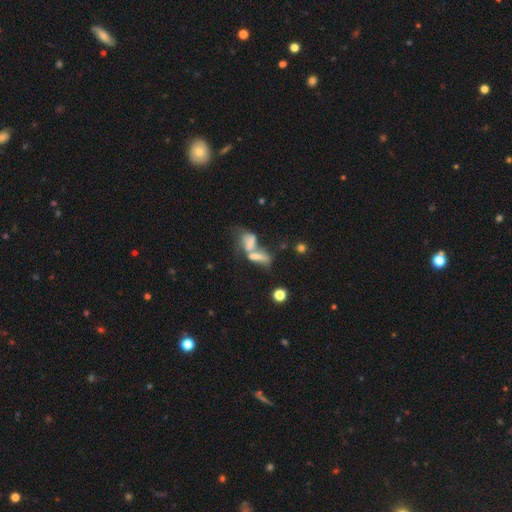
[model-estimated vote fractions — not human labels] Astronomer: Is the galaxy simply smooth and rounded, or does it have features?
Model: smooth — 47% (runner-up: featured or disk, 35%).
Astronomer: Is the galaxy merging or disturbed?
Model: merger — 60%.